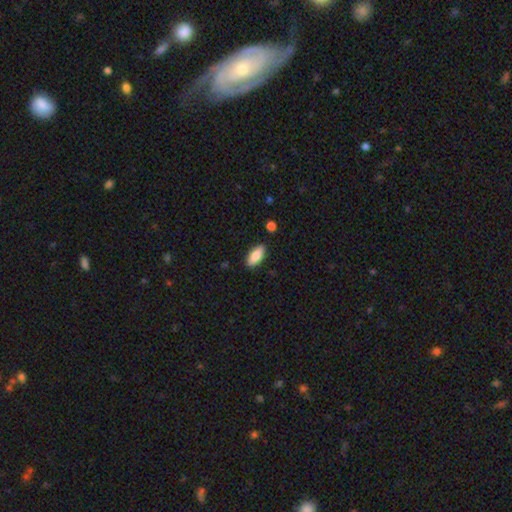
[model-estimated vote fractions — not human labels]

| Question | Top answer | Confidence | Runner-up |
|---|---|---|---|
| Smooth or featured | smooth | 83% | featured or disk (11%) |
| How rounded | in between | 82% | cigar-shaped (16%) |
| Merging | none | 86% | minor disturbance (10%) |